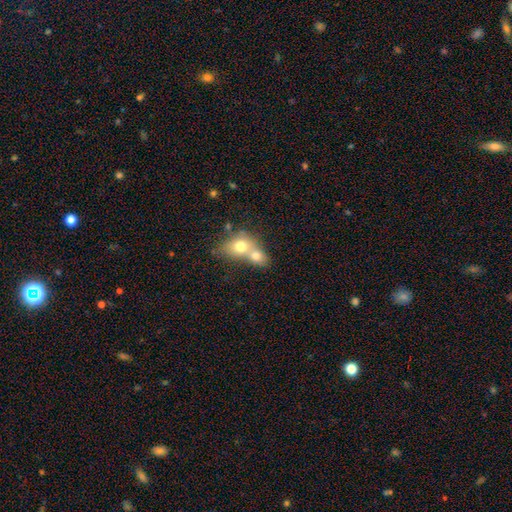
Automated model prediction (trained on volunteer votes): Overall: smooth (70%). How rounded: in between (55%; round 43%). Merging: merger (76%).